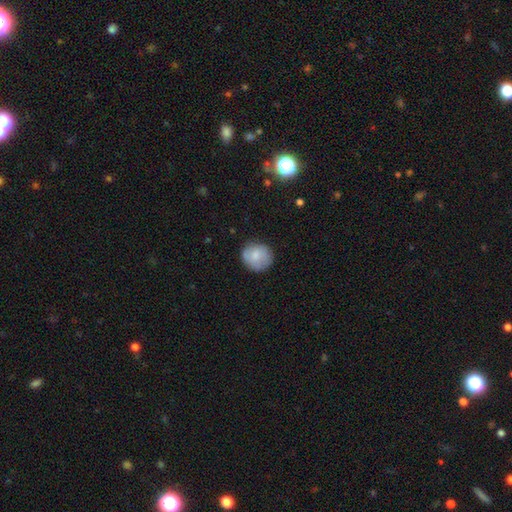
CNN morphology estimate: smooth 80%, featured or disk 13%, star or artifact 7%. Down the decision tree: how rounded — round (86%); merging — none (80%).